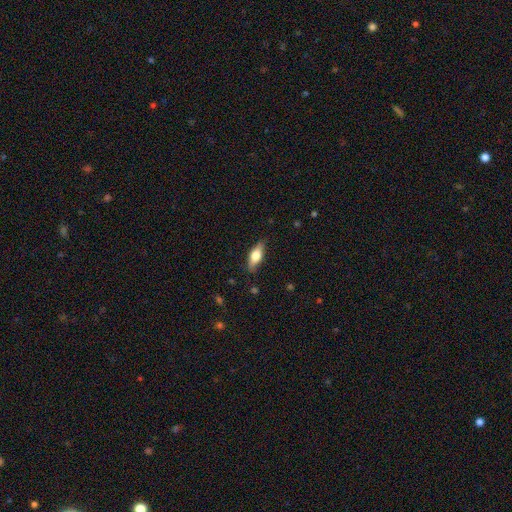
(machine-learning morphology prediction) A smooth galaxy with no disk features (62%) that is in between round and cigar-shaped (71%).

Vote fractions:
- Smooth or featured? smooth: 62% / featured or disk: 32% / star or artifact: 6%
- How rounded? in between: 71% / cigar-shaped: 26% / round: 3%
- Merging? none: 83% / minor disturbance: 13% / major disturbance: 3% / merger: 1%